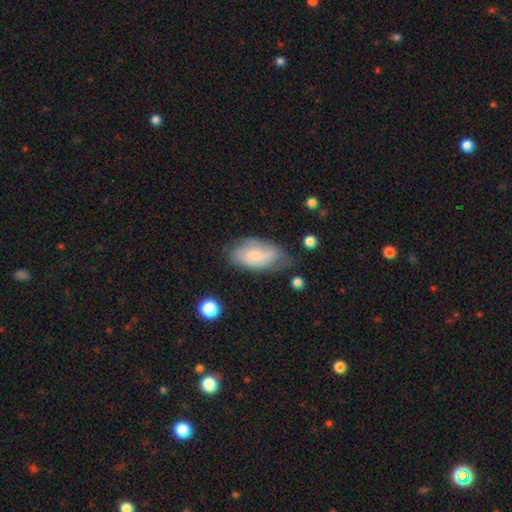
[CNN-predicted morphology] The model was most divided on "smooth or featured": smooth: 58%, featured or disk: 35%, star or artifact: 7%. More confident: how rounded — in between (92%); merging — none (56%).